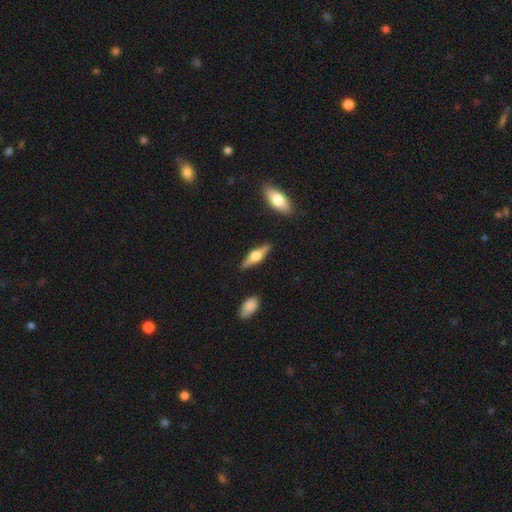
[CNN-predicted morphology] A featured or disk galaxy (68%) viewed edge-on (96%) with a rounded central bulge (93%).

Vote fractions:
- Smooth or featured? featured or disk: 68% / smooth: 26% / star or artifact: 5%
- Edge-on disk? yes: 96% / no: 4%
- Edge-on bulge? rounded: 93% / boxy: 5% / none: 1%
- Merging? none: 88% / minor disturbance: 8% / merger: 2% / major disturbance: 2%